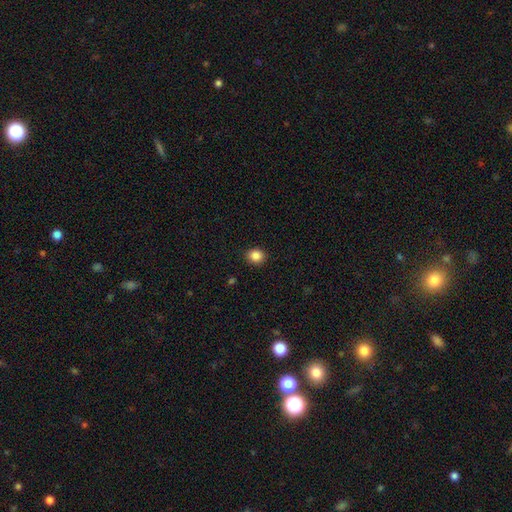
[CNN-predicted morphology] Overall: smooth (87%). How rounded: round (76%). Merging: none (90%).